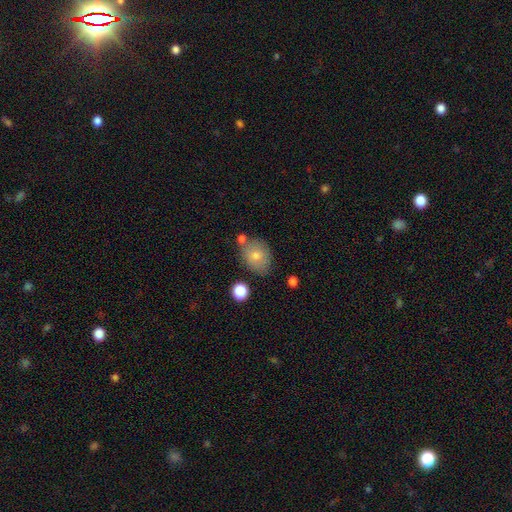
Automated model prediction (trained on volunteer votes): smooth-or-featured: smooth: 77% | featured or disk: 15% | star or artifact: 9%
  how-rounded: in between: 62% | round: 37% | cigar-shaped: 1%
  merging: none: 65% | minor disturbance: 18% | merger: 12% | major disturbance: 5%